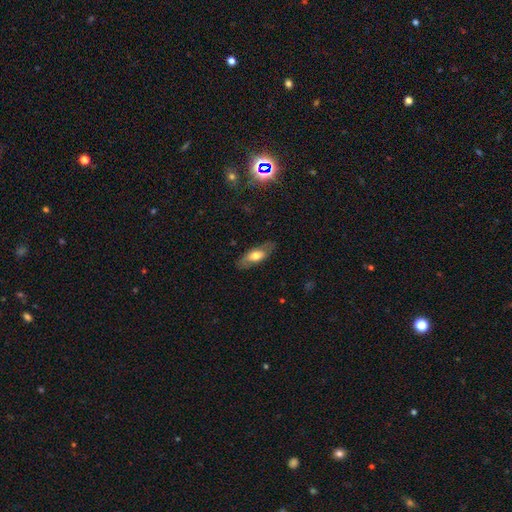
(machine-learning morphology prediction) Overall: smooth (59%; featured or disk 34%). How rounded: in between (74%). Merging: none (81%).